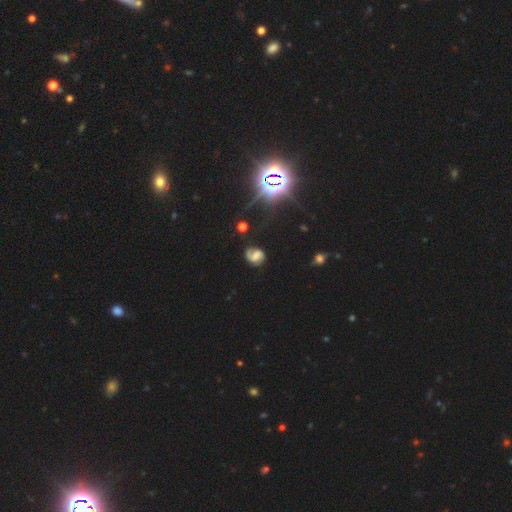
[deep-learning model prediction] Smooth or featured?
  - featured or disk: 57% *
  - smooth: 30%
  - star or artifact: 13%
Edge-on disk?
  - no: 97% *
  - yes: 3%
Bar?
  - weak: 41% *
  - no: 38%
  - strong: 22%
Spiral arms?
  - yes: 85% *
  - no: 15%
Bulge size?
  - none: 39% *
  - moderate: 23%
  - small: 22%
  - large: 13%
  - dominant: 3%
Merging?
  - none: 64% *
  - minor disturbance: 21%
  - major disturbance: 11%
  - merger: 4%